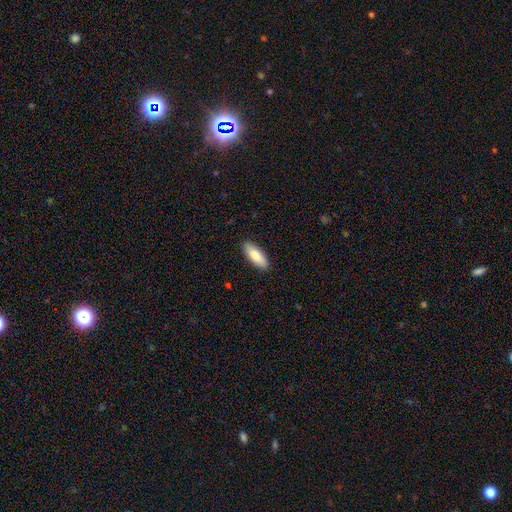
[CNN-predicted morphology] A smooth galaxy with no disk features (84%) that is in between round and cigar-shaped (71%).

Vote fractions:
- Smooth or featured? smooth: 84% / featured or disk: 11% / star or artifact: 5%
- How rounded? in between: 71% / cigar-shaped: 27% / round: 2%
- Merging? none: 90% / minor disturbance: 8% / major disturbance: 2% / merger: 1%